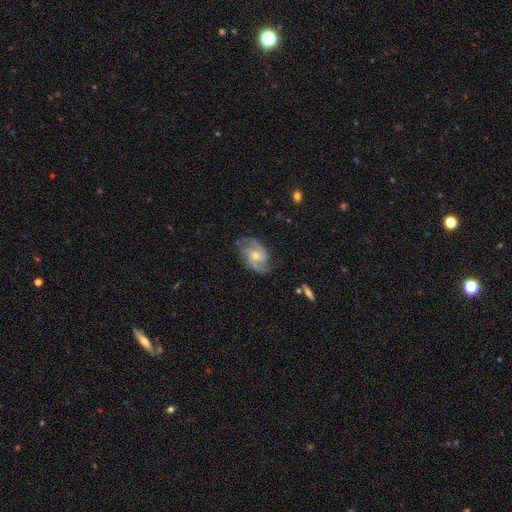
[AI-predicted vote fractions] The model was most divided on "bulge size": moderate: 53%, small: 42%, large: 2%, none: 2%, dominant: 1%. More confident: edge-on disk — no (97%); spiral arms — yes (97%); smooth or featured — featured or disk (85%); merging — none (73%); bar — no (55%); spiral winding — medium (53%); spiral arm count — 2 (52%).